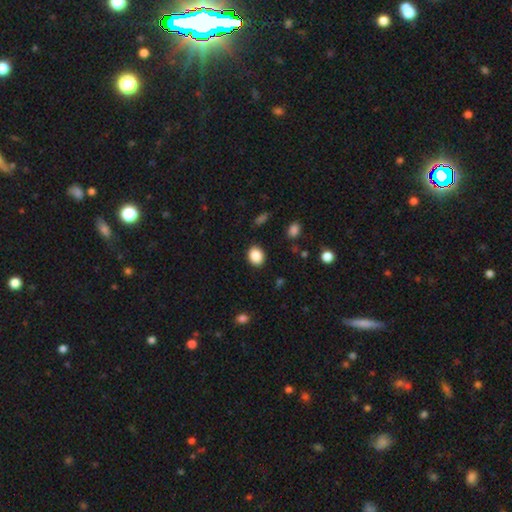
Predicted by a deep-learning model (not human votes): Overall: smooth (88%). How rounded: in between (51%; round 48%). Merging: none (89%).